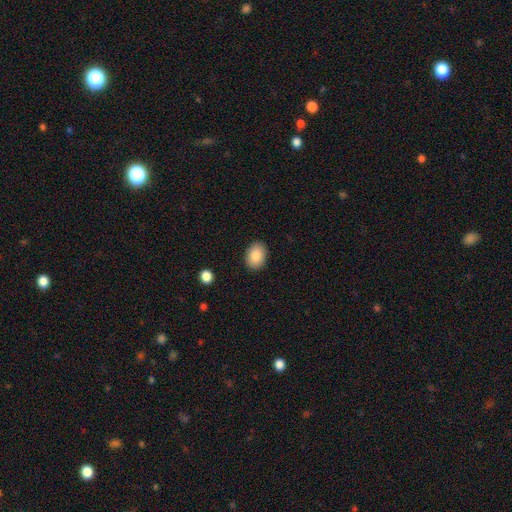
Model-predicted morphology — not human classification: Q: Smooth or featured?
A: smooth (87%); runner-up: star or artifact (7%)
Q: How rounded?
A: in between (75%); runner-up: round (24%)
Q: Merging?
A: none (89%); runner-up: minor disturbance (8%)